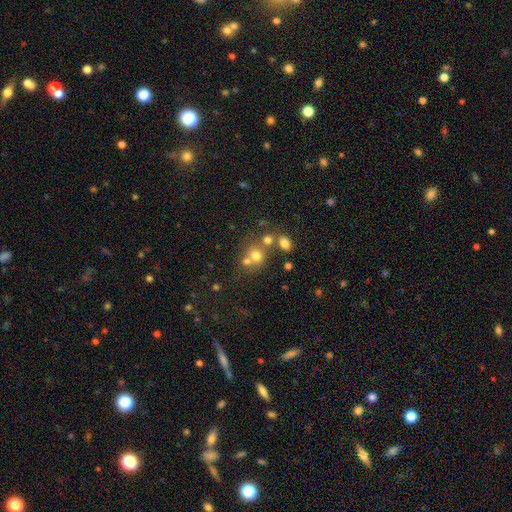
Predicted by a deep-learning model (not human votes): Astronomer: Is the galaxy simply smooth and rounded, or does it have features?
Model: smooth — 67%.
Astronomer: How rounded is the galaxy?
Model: round — 75%.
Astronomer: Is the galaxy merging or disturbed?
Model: none — 47% (runner-up: merger, 38%).